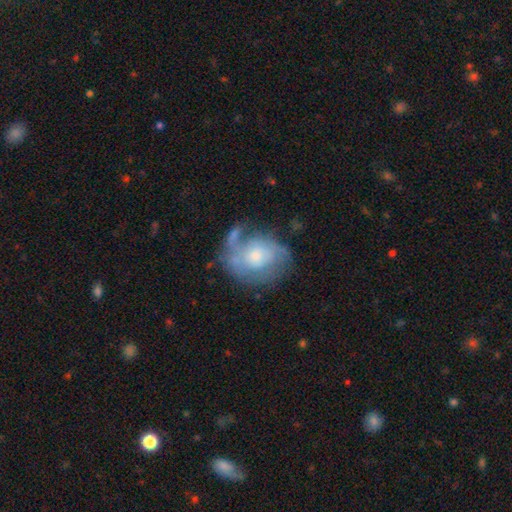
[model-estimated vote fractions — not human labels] A featured or disk galaxy (62%) with no bar (77%), spiral arms (72%) and a moderate central bulge (46%).

Vote fractions:
- Smooth or featured? featured or disk: 62% / smooth: 31% / star or artifact: 7%
- Edge-on disk? no: 97% / yes: 3%
- Bar? no: 77% / weak: 20% / strong: 3%
- Spiral arms? yes: 72% / no: 28%
- Bulge size? moderate: 46% / small: 34% / large: 13% / none: 6% / dominant: 2%
- Merging? none: 47% / minor disturbance: 25% / major disturbance: 20% / merger: 9%